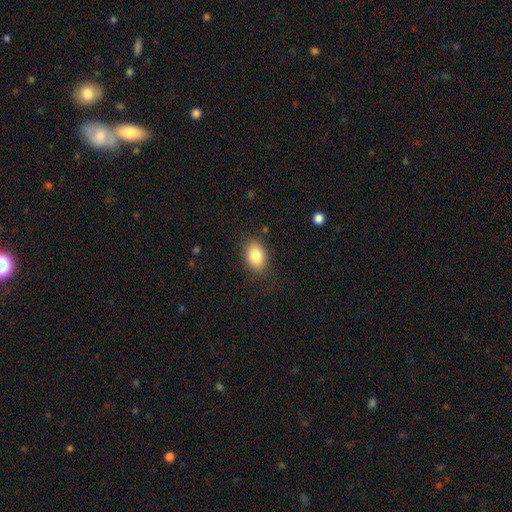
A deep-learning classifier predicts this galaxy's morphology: A smooth galaxy with no disk features (83%) that is in between round and cigar-shaped (79%).

Vote fractions:
- Smooth or featured? smooth: 83% / featured or disk: 9% / star or artifact: 8%
- How rounded? in between: 79% / round: 19% / cigar-shaped: 1%
- Merging? none: 85% / minor disturbance: 11% / major disturbance: 3% / merger: 1%